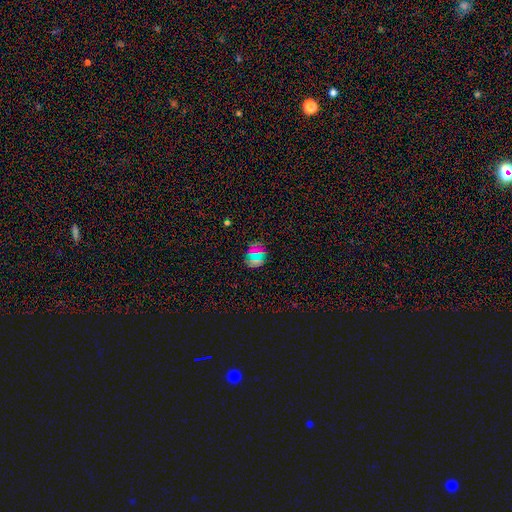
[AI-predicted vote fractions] smooth 60%, star or artifact 30%, featured or disk 10%. Down the decision tree: how rounded — round (58%); merging — none (80%).